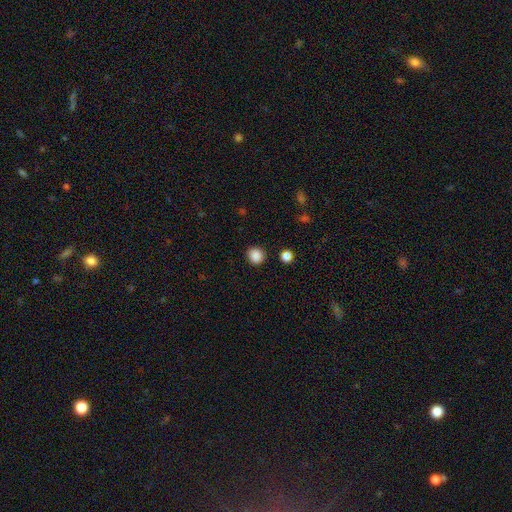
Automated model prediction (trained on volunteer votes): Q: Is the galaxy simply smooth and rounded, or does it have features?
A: smooth — 87%.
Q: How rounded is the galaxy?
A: round — 88%.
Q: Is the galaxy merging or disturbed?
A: none — 88%.